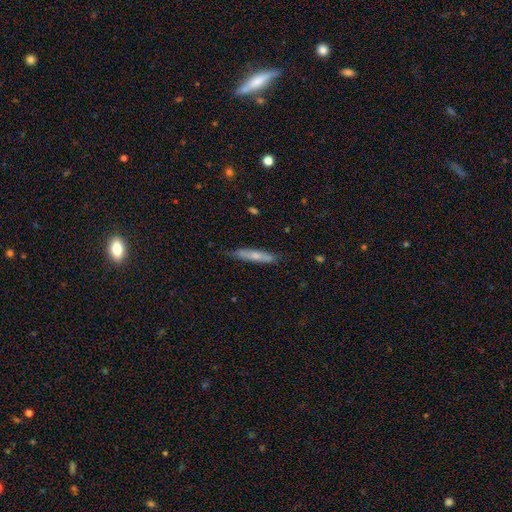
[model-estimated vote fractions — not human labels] smooth 59%, featured or disk 35%, star or artifact 6%. Down the decision tree: how rounded — cigar-shaped (90%); merging — none (80%).